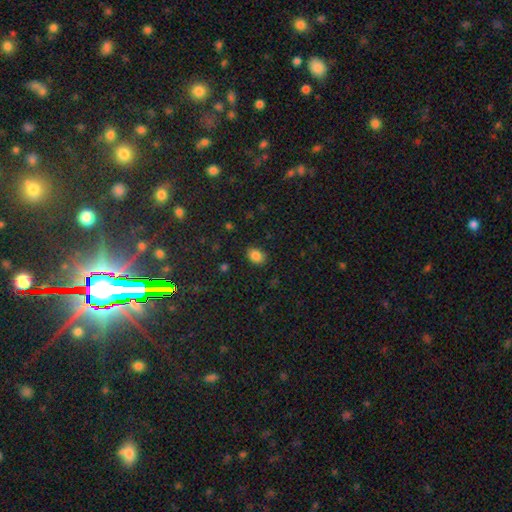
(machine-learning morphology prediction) This appears to be a smooth galaxy with no disk features (84%) that is in between round and cigar-shaped (71%). Merging: none (85%).